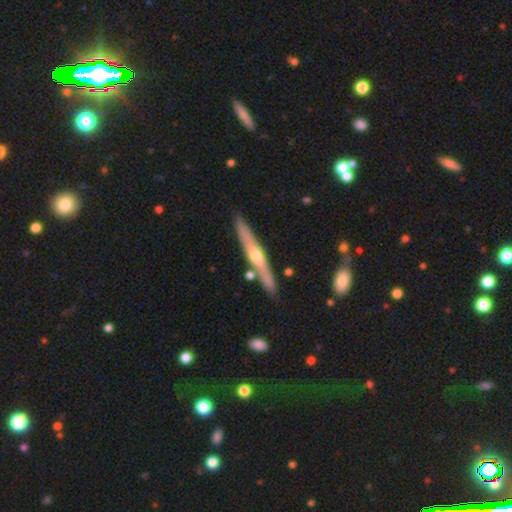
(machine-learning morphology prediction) Smooth or featured? Predicted: featured or disk (p=0.64). Edge-on disk? Predicted: yes (p=0.94). Edge-on bulge? Predicted: rounded (p=0.88). Merging? Predicted: none (p=0.85).